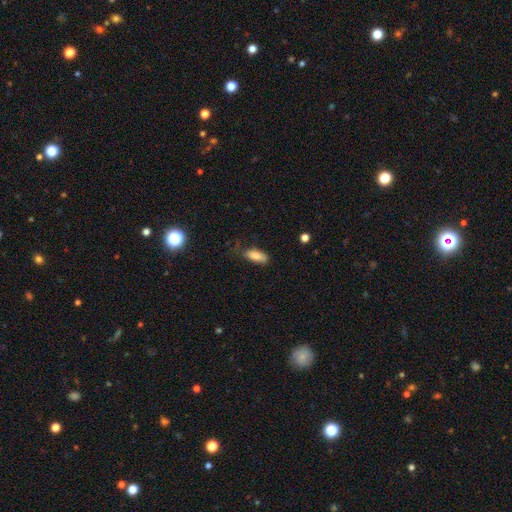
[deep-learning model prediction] Smooth or featured: smooth — 83% (featured or disk — 9%)
How rounded: in between — 82% (cigar-shaped — 15%)
Merging: none — 58% (minor disturbance — 30%)